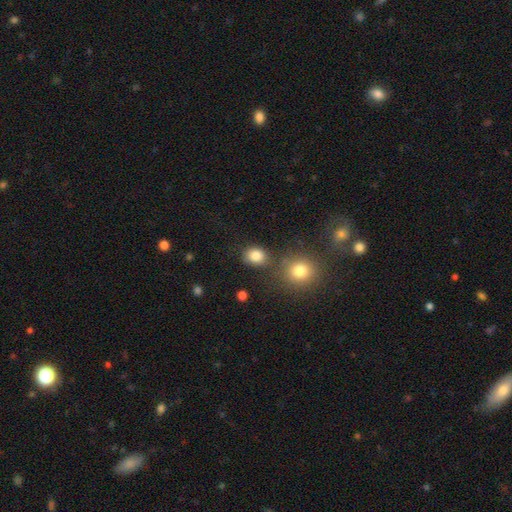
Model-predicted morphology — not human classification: smooth_or_featured: smooth (p=0.84) [alt: star or artifact p=0.11]
how_rounded: round (p=0.60) [alt: in between p=0.39]
merging: none (p=0.72) [alt: minor disturbance p=0.13]